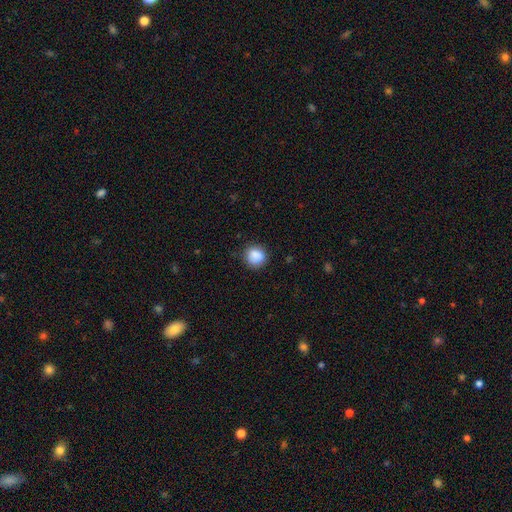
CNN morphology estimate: smooth_or_featured: smooth (p=0.87) [alt: star or artifact p=0.09]
how_rounded: round (p=0.83) [alt: in between p=0.16]
merging: none (p=0.80) [alt: minor disturbance p=0.15]